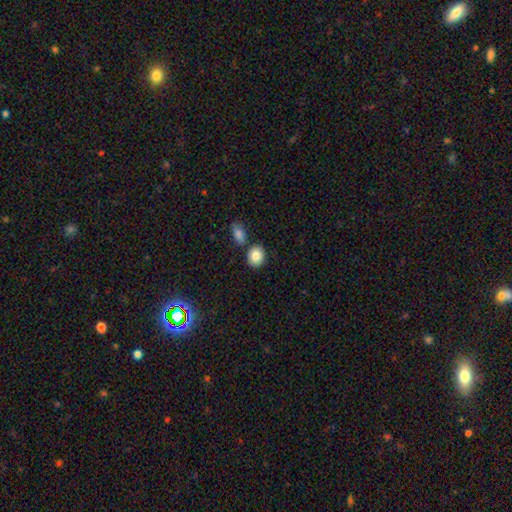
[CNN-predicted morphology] This is clearly a smooth galaxy (85%). How rounded: possibly round (57%). Merging: likely none (76%).